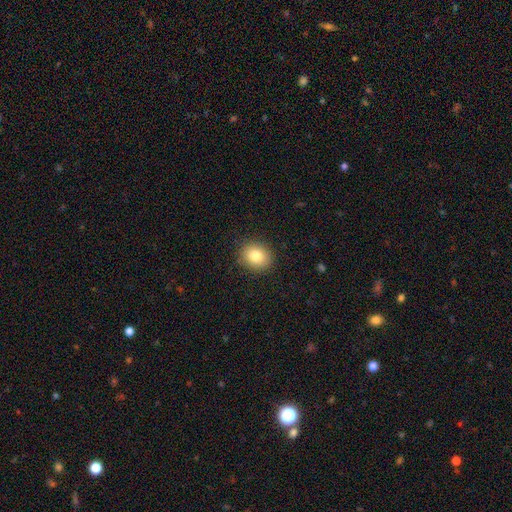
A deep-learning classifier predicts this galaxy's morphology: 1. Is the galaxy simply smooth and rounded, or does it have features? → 83% smooth, 10% star or artifact, 8% featured or disk.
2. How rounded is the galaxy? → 69% round, 30% in between, 1% cigar-shaped.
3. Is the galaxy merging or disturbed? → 90% none, 7% minor disturbance, 2% major disturbance, 1% merger.